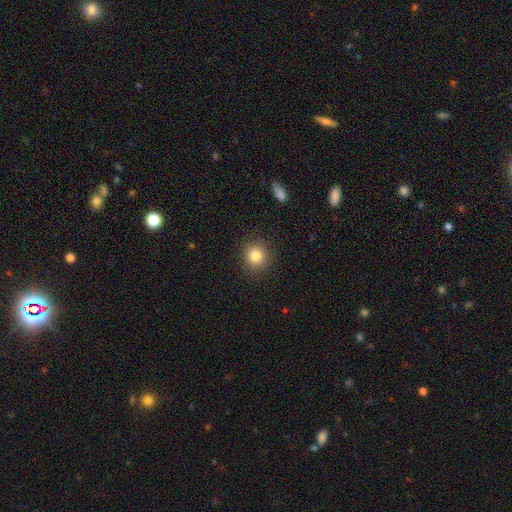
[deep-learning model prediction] Smooth or featured? Predicted: smooth (p=0.82). How rounded? Predicted: round (p=0.91). Merging? Predicted: none (p=0.90).